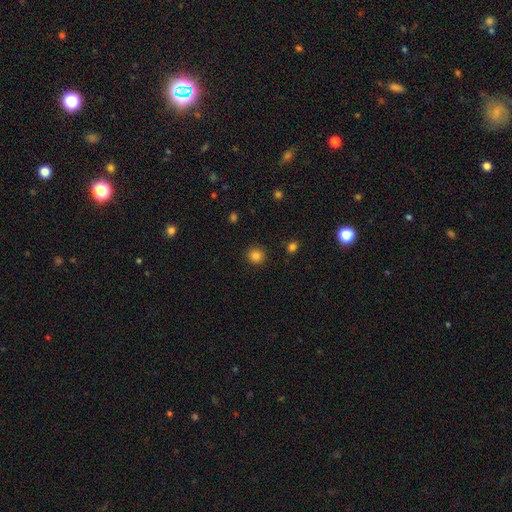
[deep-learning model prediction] smooth 85%, star or artifact 11%, featured or disk 4%. Down the decision tree: how rounded — round (93%); merging — none (91%).